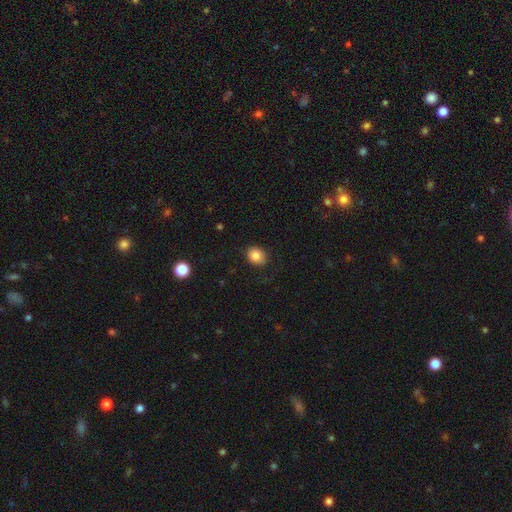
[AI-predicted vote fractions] smooth-or-featured: smooth: 85% | star or artifact: 9% | featured or disk: 6%
  how-rounded: round: 59% | in between: 40% | cigar-shaped: 1%
  merging: none: 84% | minor disturbance: 11% | major disturbance: 4% | merger: 1%